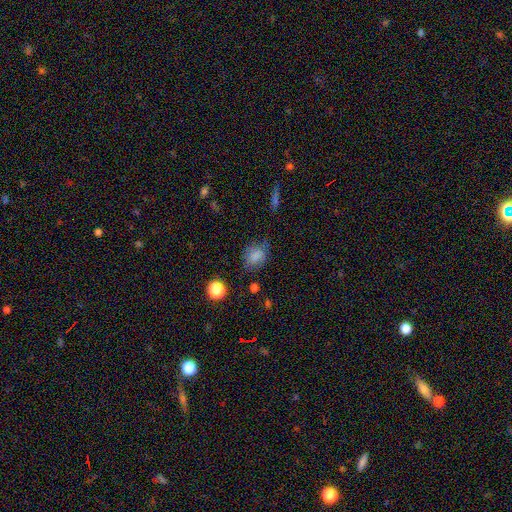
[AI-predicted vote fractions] Smooth or featured: smooth — 76% (star or artifact — 14%)
How rounded: in between — 50% (round — 49%)
Merging: none — 60% (minor disturbance — 26%)